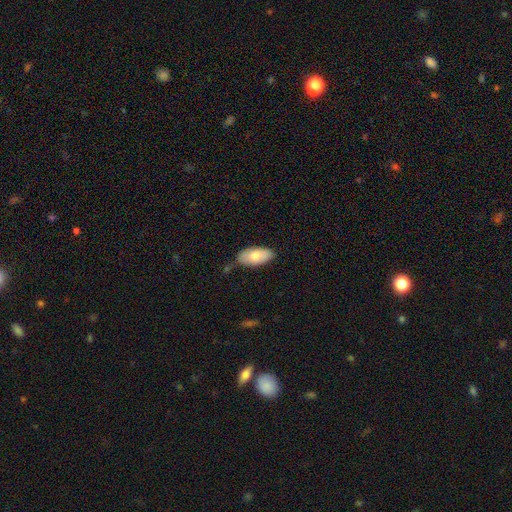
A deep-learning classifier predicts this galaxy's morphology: smooth 78%, featured or disk 16%, star or artifact 6%. Down the decision tree: how rounded — in between (93%); merging — none (71%).